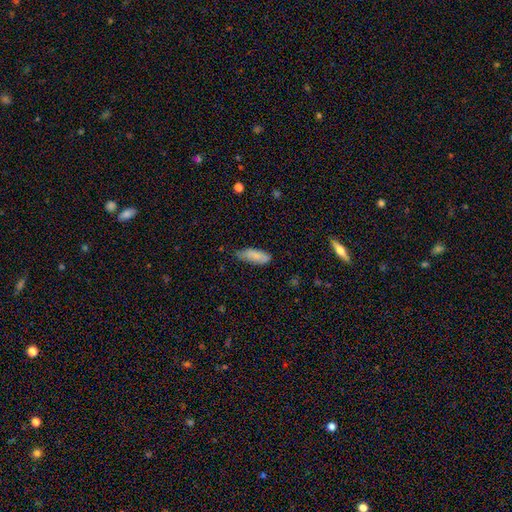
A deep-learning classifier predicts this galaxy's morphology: type=smooth (82%); roundness=in between (77%); merging=none (56%).